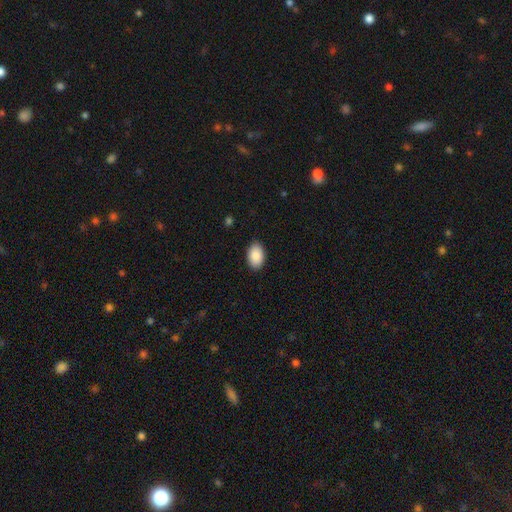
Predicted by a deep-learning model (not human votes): The model was most divided on "merging": none: 89%, minor disturbance: 8%, major disturbance: 2%, merger: 1%. More confident: how rounded — in between (91%); smooth or featured — smooth (90%).